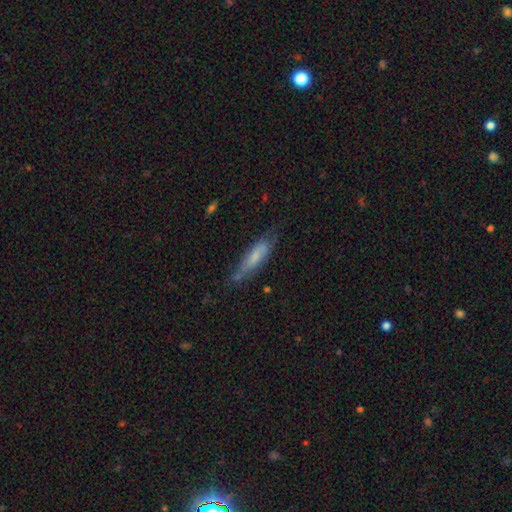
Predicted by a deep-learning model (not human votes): A smooth galaxy with no disk features (58%) that is cigar-shaped (66%).

Vote fractions:
- Smooth or featured? smooth: 58% / featured or disk: 35% / star or artifact: 7%
- How rounded? cigar-shaped: 66% / in between: 33% / round: 2%
- Merging? none: 57% / minor disturbance: 30% / major disturbance: 10% / merger: 3%